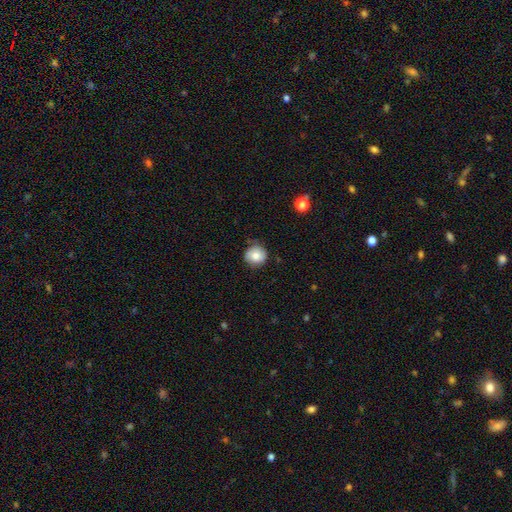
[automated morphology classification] The model was most divided on "merging": none: 74%, minor disturbance: 21%, major disturbance: 4%, merger: 2%. More confident: how rounded — round (90%); smooth or featured — smooth (79%).